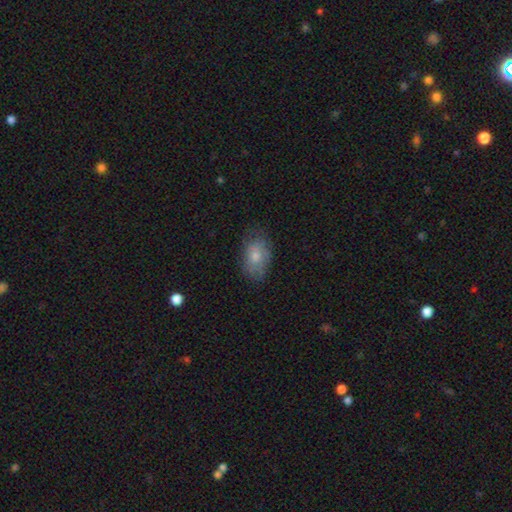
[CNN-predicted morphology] type=smooth (75%); roundness=in between (86%); merging=none (69%).